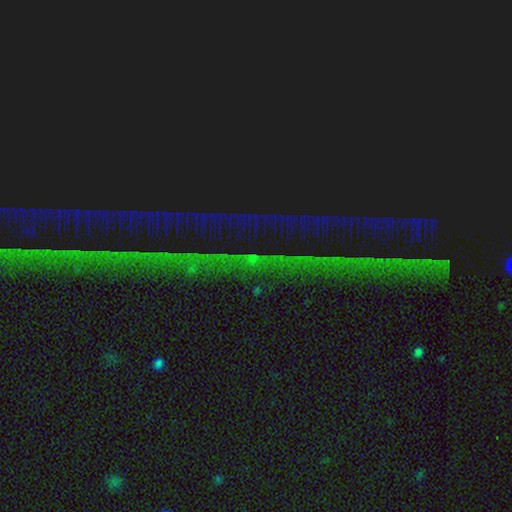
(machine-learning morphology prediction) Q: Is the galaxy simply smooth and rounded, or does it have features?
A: star or artifact — 89%.